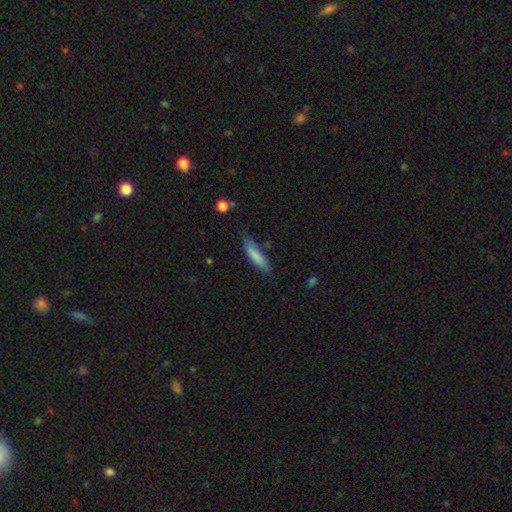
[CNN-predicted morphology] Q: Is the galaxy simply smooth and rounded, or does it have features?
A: smooth — 82%.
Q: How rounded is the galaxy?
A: cigar-shaped — 70%.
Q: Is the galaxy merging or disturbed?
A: none — 72%.